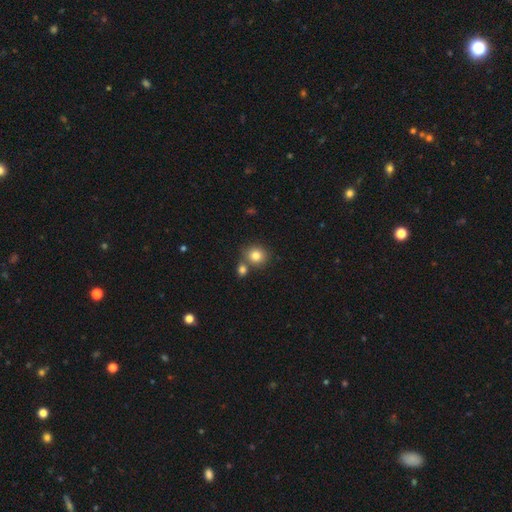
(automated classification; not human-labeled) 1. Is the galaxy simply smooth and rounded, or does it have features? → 82% smooth, 10% star or artifact, 8% featured or disk.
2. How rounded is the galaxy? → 85% round, 14% in between, 1% cigar-shaped.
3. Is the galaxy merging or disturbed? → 66% none, 22% merger, 9% minor disturbance, 3% major disturbance.